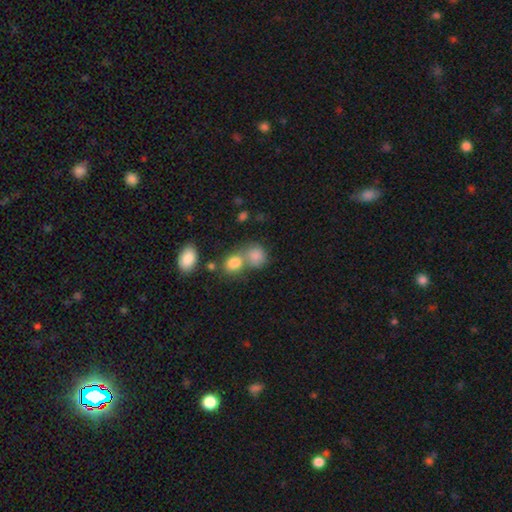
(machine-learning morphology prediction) A smooth galaxy with no disk features (83%) that is round (68%).

Vote fractions:
- Smooth or featured? smooth: 83% / star or artifact: 9% / featured or disk: 8%
- How rounded? round: 68% / in between: 31% / cigar-shaped: 1%
- Merging? merger: 49% / none: 37% / minor disturbance: 10% / major disturbance: 5%